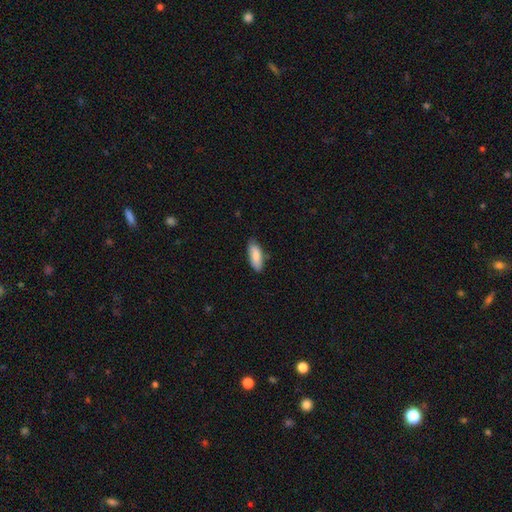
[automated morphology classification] This is clearly a smooth galaxy (84%). How rounded: likely in between (74%). Merging: likely none (78%).